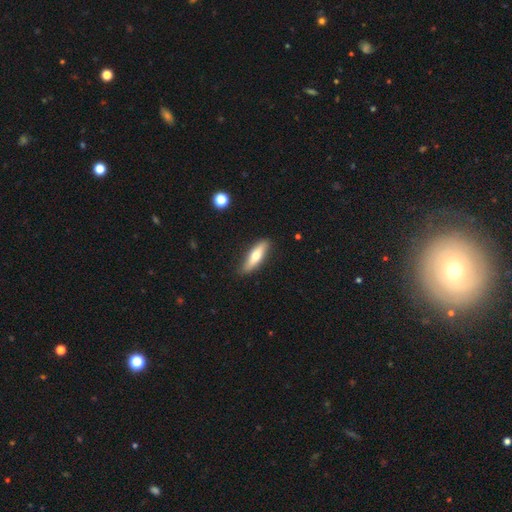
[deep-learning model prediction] This is likely a smooth galaxy (61%). How rounded: likely cigar-shaped (64%). Merging: clearly none (85%).